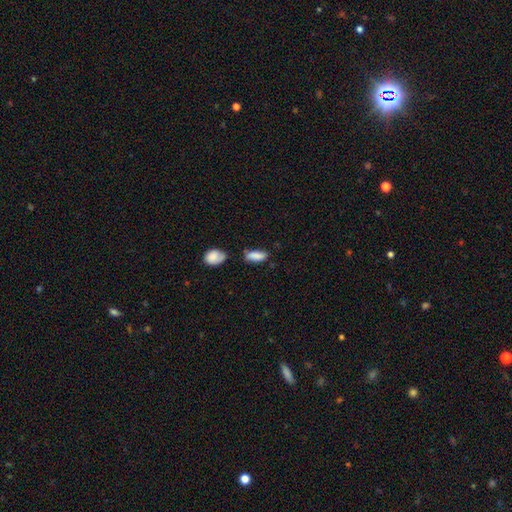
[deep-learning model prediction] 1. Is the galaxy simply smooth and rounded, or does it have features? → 85% smooth, 8% featured or disk, 7% star or artifact.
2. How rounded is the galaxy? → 75% in between, 22% cigar-shaped, 3% round.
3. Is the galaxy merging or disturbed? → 58% none, 26% minor disturbance, 10% merger, 6% major disturbance.